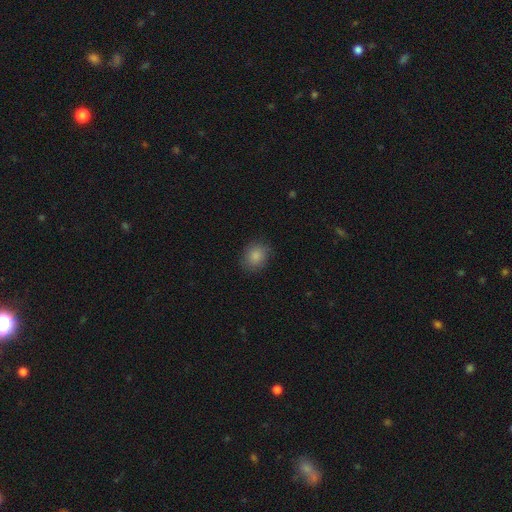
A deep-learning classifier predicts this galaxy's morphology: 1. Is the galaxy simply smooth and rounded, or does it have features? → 86% smooth, 9% star or artifact, 5% featured or disk.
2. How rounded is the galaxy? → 64% round, 35% in between, 1% cigar-shaped.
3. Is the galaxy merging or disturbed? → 85% none, 11% minor disturbance, 3% major disturbance, 1% merger.